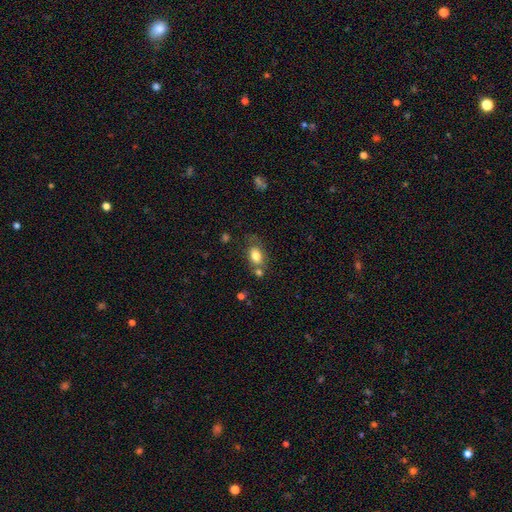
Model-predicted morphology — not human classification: smooth-or-featured: smooth: 79% | featured or disk: 13% | star or artifact: 8%
  how-rounded: in between: 80% | round: 17% | cigar-shaped: 2%
  merging: none: 52% | minor disturbance: 20% | merger: 20% | major disturbance: 8%